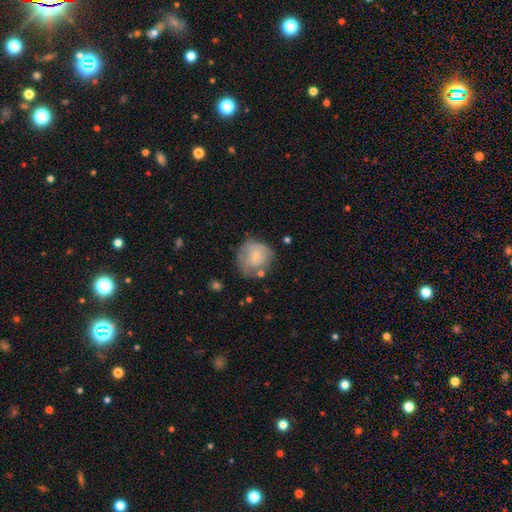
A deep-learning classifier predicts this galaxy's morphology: smooth 59%, featured or disk 34%, star or artifact 7%. Down the decision tree: how rounded — round (84%); merging — none (52%).